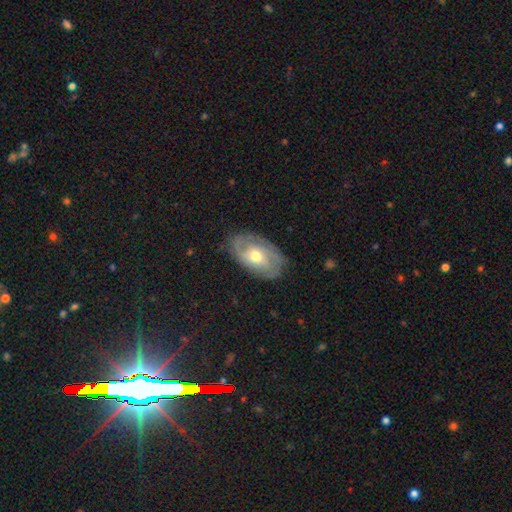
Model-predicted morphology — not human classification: smooth-or-featured: featured or disk: 68% | smooth: 25% | star or artifact: 6%
  disk-edge-on: no: 93% | yes: 7%
    bar: no: 70% | weak: 25% | strong: 5%
    has-spiral-arms: yes: 81% | no: 19%
      spiral-winding: tight: 50% | medium: 35% | loose: 15%
      spiral-arm-count: can't tell: 37% (tied) | 2: 37% (tied) | 3: 13% | 1: 6% | 4: 4% | more than 4: 3%
    bulge-size: moderate: 69% | small: 23% | large: 6% | none: 1% | dominant: 1%
  merging: none: 74% | minor disturbance: 18% | major disturbance: 6% | merger: 1%